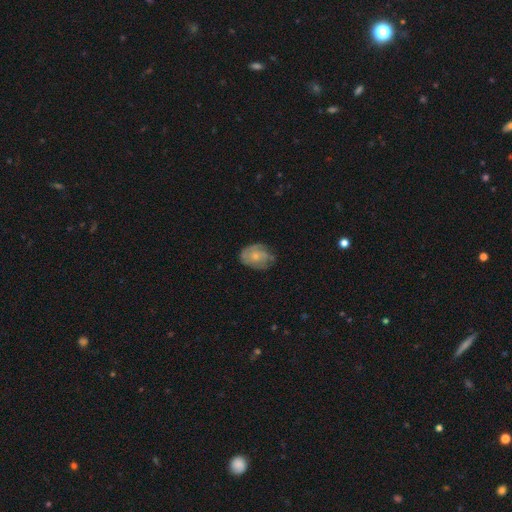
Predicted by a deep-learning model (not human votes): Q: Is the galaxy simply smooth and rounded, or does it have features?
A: featured or disk — 48%.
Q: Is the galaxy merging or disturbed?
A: none — 59%.